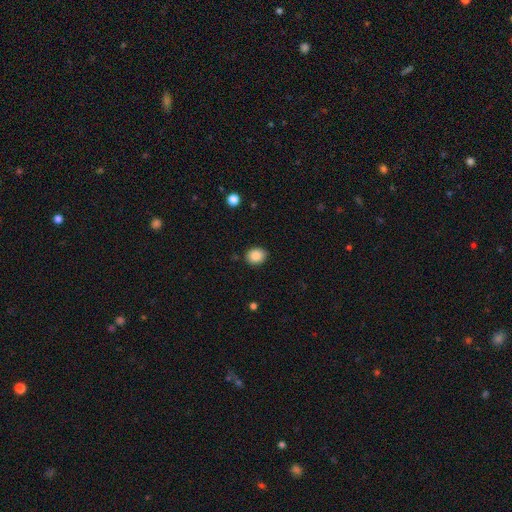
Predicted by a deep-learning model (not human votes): The model was most divided on "how rounded": round: 60%, in between: 40%, cigar-shaped: 1%. More confident: merging — none (88%); smooth or featured — smooth (86%).